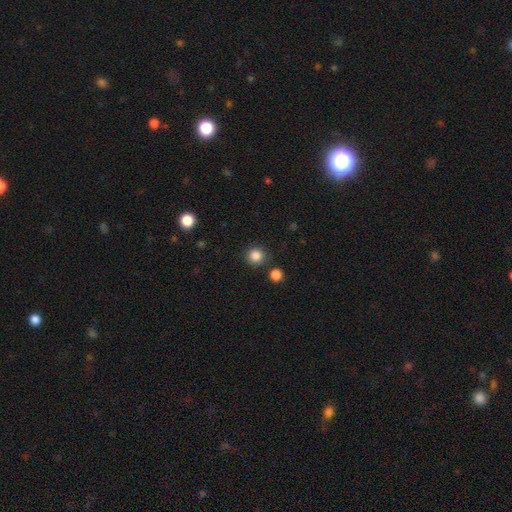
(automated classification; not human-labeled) Smooth or featured: smooth — 85% (star or artifact — 12%)
How rounded: round — 93% (in between — 6%)
Merging: none — 86% (minor disturbance — 7%)